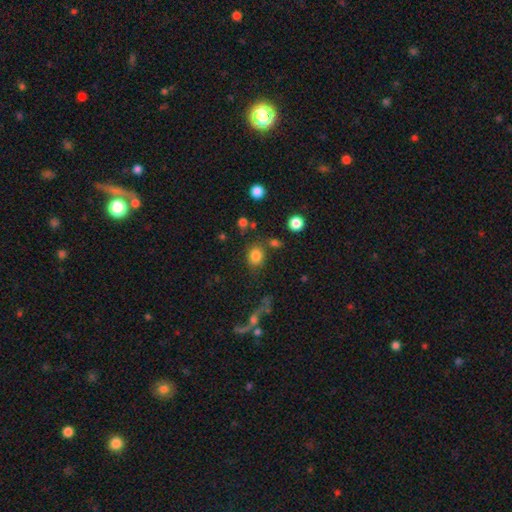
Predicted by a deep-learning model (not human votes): smooth-or-featured: smooth: 81% | star or artifact: 12% | featured or disk: 7%
  how-rounded: round: 63% | in between: 36% | cigar-shaped: 1%
  merging: none: 74% | minor disturbance: 12% | merger: 8% | major disturbance: 6%